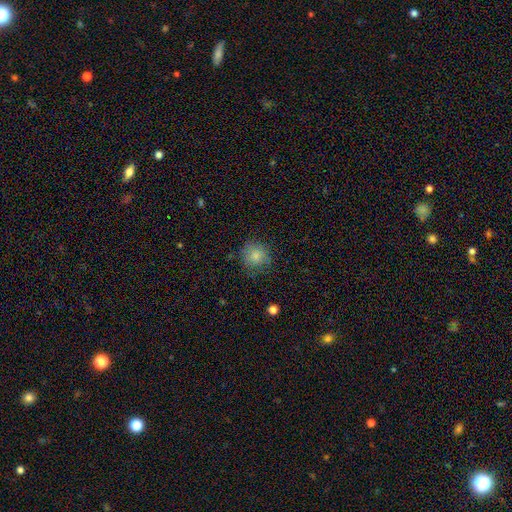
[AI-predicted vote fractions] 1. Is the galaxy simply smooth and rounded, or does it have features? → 82% smooth, 10% star or artifact, 9% featured or disk.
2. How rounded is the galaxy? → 88% round, 11% in between, 1% cigar-shaped.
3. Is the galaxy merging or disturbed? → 74% none, 19% minor disturbance, 6% major disturbance, 1% merger.